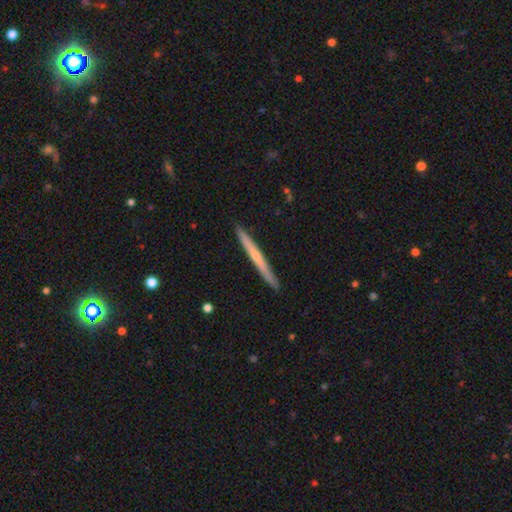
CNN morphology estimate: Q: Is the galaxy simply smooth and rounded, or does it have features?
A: featured or disk — 57%.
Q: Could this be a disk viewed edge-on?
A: yes — 97%.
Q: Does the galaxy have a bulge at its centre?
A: none — 52%.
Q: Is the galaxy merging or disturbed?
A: none — 91%.